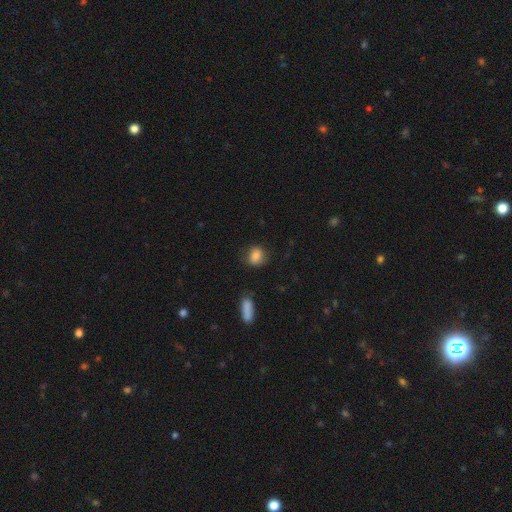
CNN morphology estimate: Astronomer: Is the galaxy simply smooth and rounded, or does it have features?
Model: smooth — 84%.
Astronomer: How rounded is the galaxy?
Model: round — 57% (runner-up: in between, 41%).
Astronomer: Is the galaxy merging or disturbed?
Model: none — 75%.